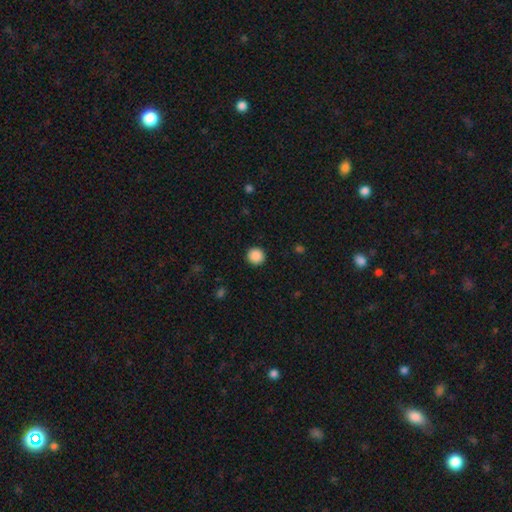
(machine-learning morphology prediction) smooth 88%, star or artifact 9%, featured or disk 2%. Down the decision tree: how rounded — round (95%); merging — none (92%).